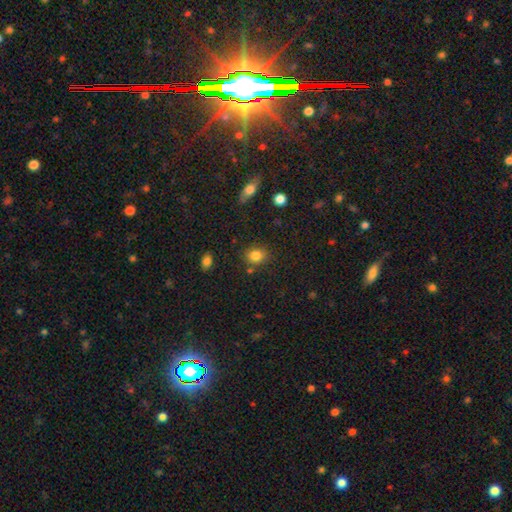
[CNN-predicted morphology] Smooth or featured? Predicted: smooth (p=0.82). How rounded? Predicted: round (p=0.68). Merging? Predicted: none (p=0.79).